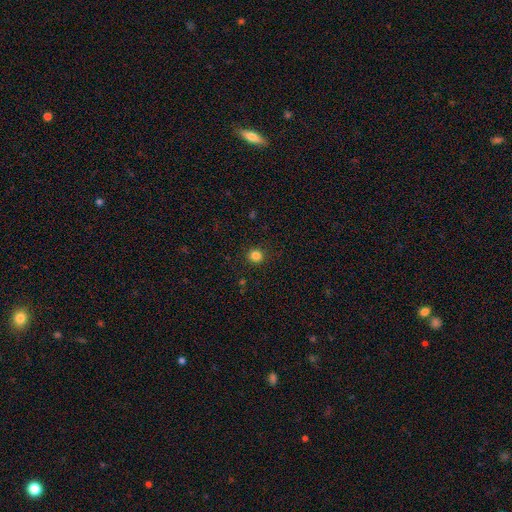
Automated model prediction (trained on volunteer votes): smooth-or-featured: smooth: 83% | star or artifact: 13% | featured or disk: 4%
  how-rounded: round: 91% | in between: 8% | cigar-shaped: 1%
  merging: none: 91% | minor disturbance: 6% | major disturbance: 2% | merger: 1%